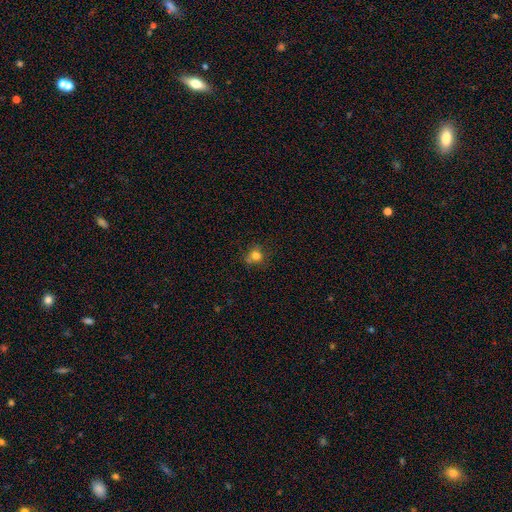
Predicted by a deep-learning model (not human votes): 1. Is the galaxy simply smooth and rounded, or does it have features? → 77% smooth, 15% star or artifact, 9% featured or disk.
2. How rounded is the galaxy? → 78% round, 21% in between, 1% cigar-shaped.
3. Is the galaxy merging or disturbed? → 62% none, 20% minor disturbance, 11% merger, 7% major disturbance.